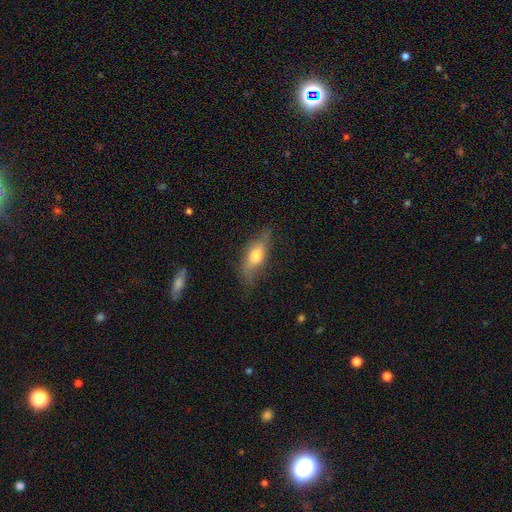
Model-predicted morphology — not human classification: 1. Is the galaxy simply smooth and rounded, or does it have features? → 64% smooth, 29% featured or disk, 7% star or artifact.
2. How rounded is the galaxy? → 65% in between, 31% cigar-shaped, 5% round.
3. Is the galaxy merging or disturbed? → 68% none, 23% minor disturbance, 7% major disturbance, 2% merger.